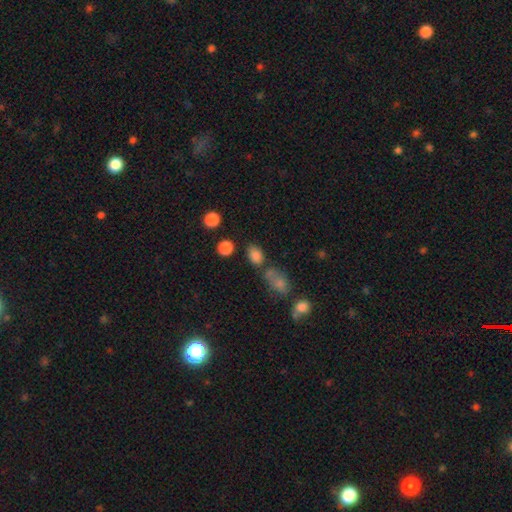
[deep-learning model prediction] This appears to be a smooth galaxy with no disk features (82%) that is in between round and cigar-shaped (73%). Merging: none (65%).